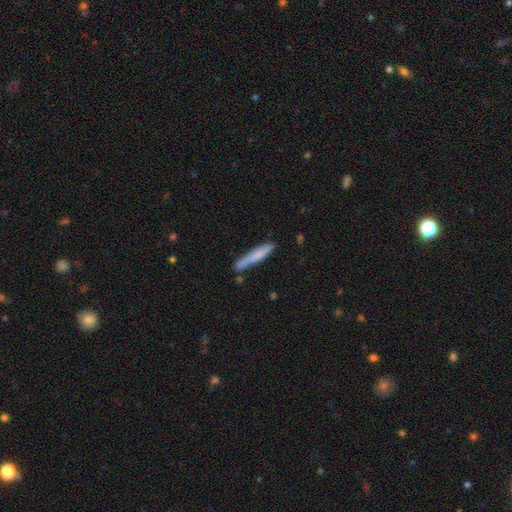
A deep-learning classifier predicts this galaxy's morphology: smooth-or-featured: smooth: 71% | featured or disk: 23% | star or artifact: 6%
  how-rounded: cigar-shaped: 93% | in between: 5% | round: 1%
  merging: none: 73% | minor disturbance: 17% | merger: 6% | major disturbance: 3%